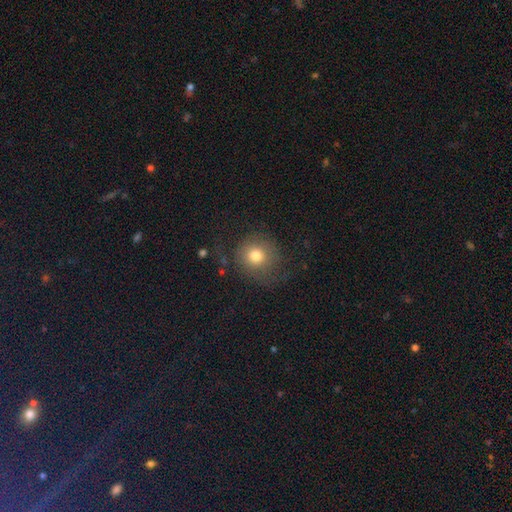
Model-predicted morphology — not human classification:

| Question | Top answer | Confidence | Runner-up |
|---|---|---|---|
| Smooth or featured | smooth | 70% | featured or disk (19%) |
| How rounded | round | 87% | in between (12%) |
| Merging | none | 61% | major disturbance (19%) |